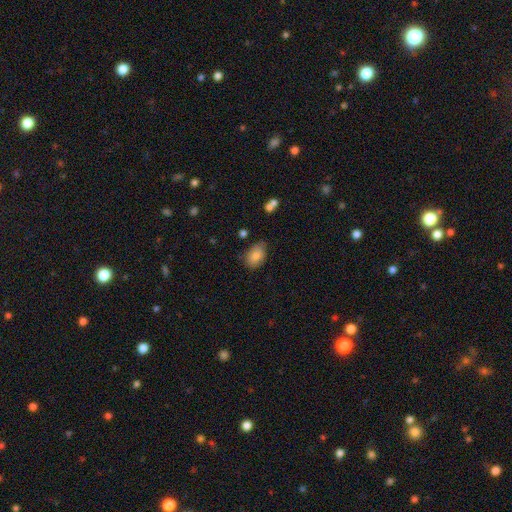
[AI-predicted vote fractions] Overall: smooth (82%). How rounded: in between (81%). Merging: none (69%).